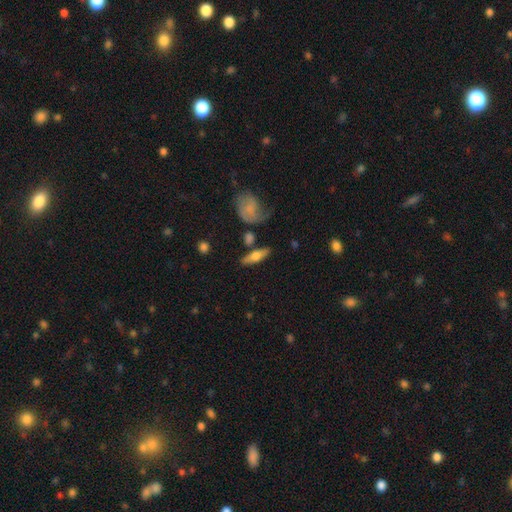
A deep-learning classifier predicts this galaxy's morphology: Smooth or featured?
  - featured or disk: 50% *
  - smooth: 44%
  - star or artifact: 6%
Merging?
  - none: 75% *
  - minor disturbance: 14%
  - merger: 7%
  - major disturbance: 4%